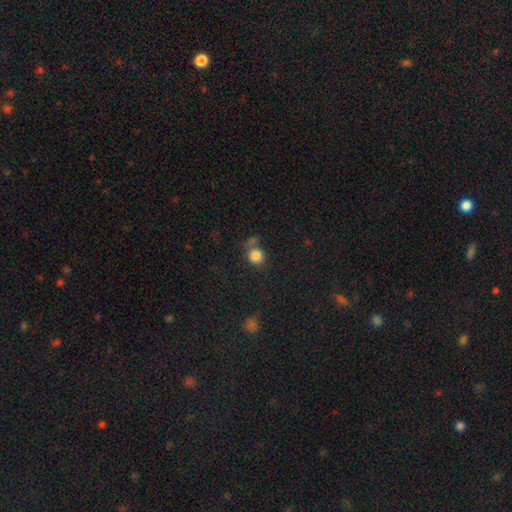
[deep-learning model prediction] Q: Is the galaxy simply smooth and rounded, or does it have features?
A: smooth — 84%.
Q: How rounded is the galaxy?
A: round — 84%.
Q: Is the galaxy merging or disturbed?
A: none — 60%.